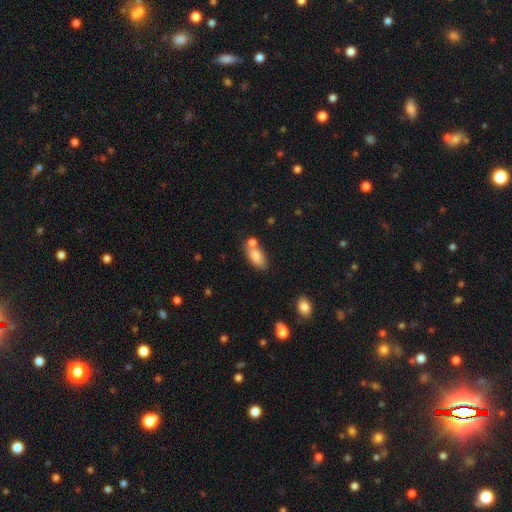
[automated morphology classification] This is clearly a smooth galaxy (81%). How rounded: clearly in between (87%). Merging: possibly none (55%).